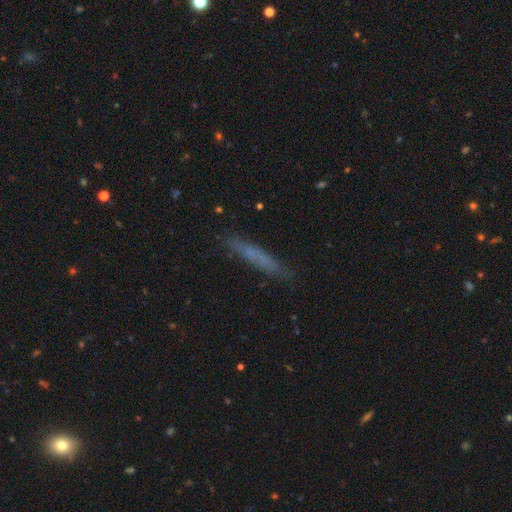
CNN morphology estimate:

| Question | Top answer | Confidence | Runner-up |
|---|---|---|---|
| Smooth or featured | smooth | 60% | featured or disk (30%) |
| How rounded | cigar-shaped | 93% | in between (5%) |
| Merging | none | 84% | minor disturbance (12%) |